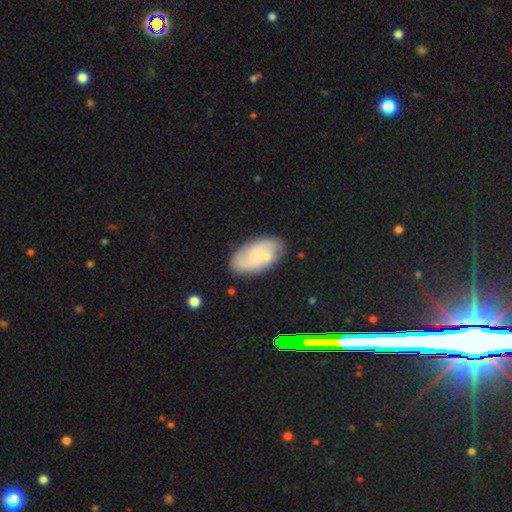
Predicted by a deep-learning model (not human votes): Morphology: type=smooth (54%); roundness=in between (93%); merging=none (75%).